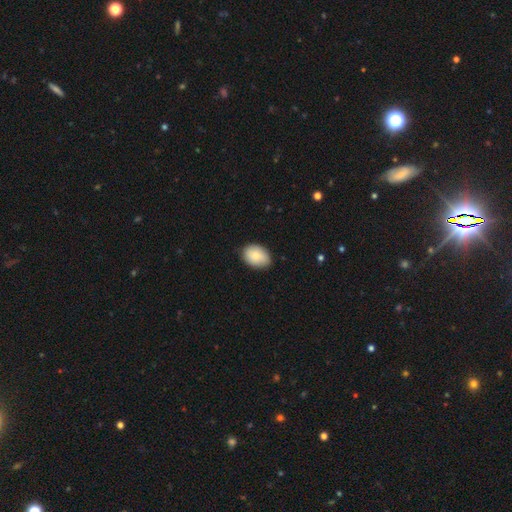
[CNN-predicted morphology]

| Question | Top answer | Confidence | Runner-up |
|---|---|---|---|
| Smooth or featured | smooth | 85% | featured or disk (9%) |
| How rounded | in between | 81% | round (18%) |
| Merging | none | 82% | minor disturbance (15%) |